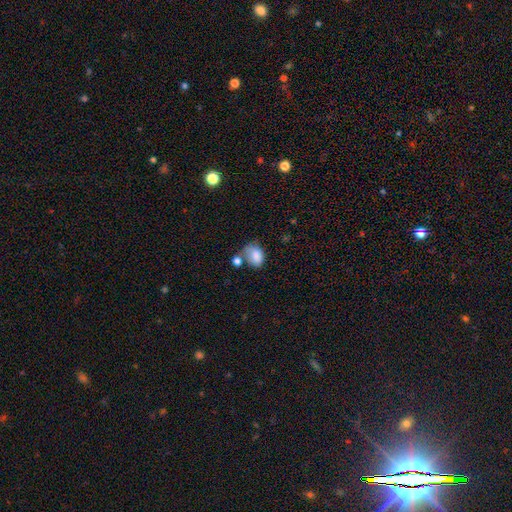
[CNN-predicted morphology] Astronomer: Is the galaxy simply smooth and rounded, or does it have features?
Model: smooth — 81%.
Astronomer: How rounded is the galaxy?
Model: in between — 75%.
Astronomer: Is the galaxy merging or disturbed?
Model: none — 34% (runner-up: merger, 27%).